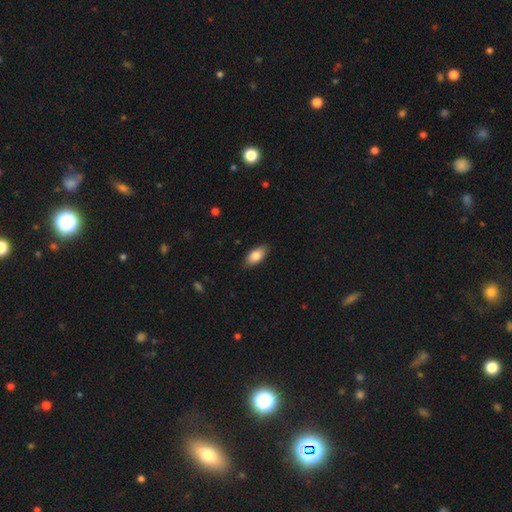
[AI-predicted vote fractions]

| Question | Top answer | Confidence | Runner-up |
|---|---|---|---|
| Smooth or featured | smooth | 84% | featured or disk (10%) |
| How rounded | in between | 91% | cigar-shaped (7%) |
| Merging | none | 88% | minor disturbance (9%) |